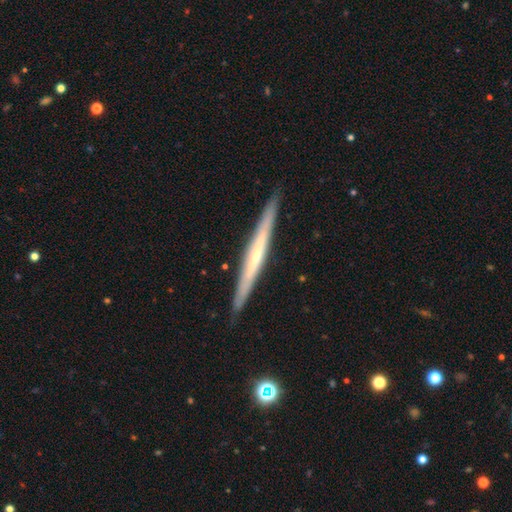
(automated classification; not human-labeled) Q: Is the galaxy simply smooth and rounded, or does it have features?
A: featured or disk — 62%.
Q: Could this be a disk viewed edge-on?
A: yes — 96%.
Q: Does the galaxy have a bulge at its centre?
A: none — 68%.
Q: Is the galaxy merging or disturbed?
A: none — 91%.